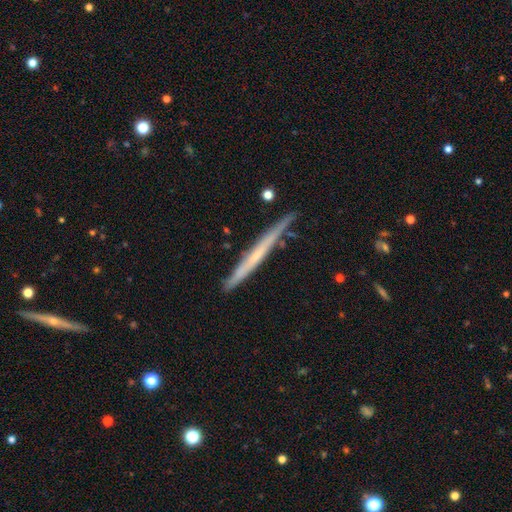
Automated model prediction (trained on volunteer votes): A featured or disk galaxy (59%) viewed edge-on (96%) with no central bulge (75%).

Vote fractions:
- Smooth or featured? featured or disk: 59% / smooth: 35% / star or artifact: 6%
- Edge-on disk? yes: 96% / no: 4%
- Edge-on bulge? none: 75% / rounded: 21% / boxy: 4%
- Merging? none: 83% / minor disturbance: 13% / merger: 2% / major disturbance: 2%